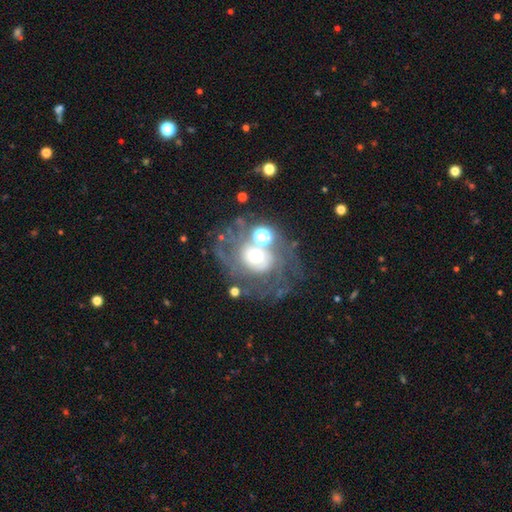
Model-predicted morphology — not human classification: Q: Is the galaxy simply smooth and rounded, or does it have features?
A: featured or disk — 71%.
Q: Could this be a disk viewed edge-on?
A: no — 97%.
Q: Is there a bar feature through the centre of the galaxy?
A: no — 77%.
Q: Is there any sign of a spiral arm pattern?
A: yes — 79%.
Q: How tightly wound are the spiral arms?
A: tight — 53%.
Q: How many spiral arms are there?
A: can't tell — 47%.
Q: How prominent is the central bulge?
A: moderate — 42%.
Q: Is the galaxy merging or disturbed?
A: none — 55%.